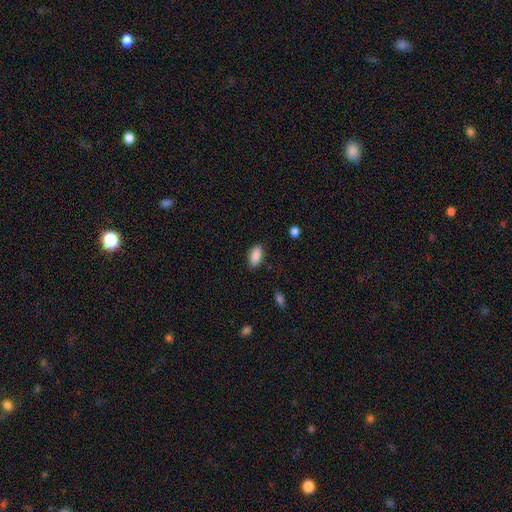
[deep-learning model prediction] smooth 89%, star or artifact 7%, featured or disk 4%. Down the decision tree: how rounded — in between (90%); merging — none (85%).